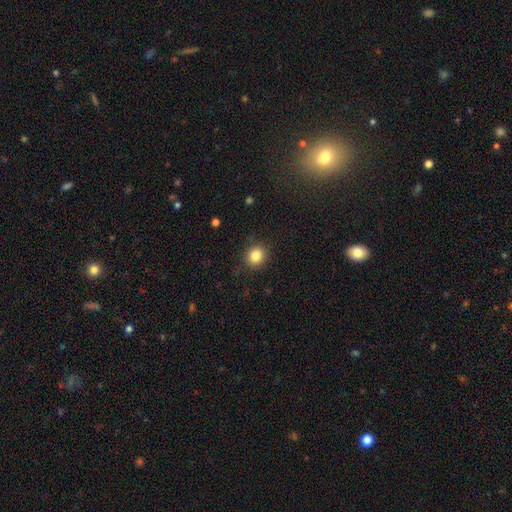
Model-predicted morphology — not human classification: Smooth or featured? smooth (84%)
How rounded? round (80%)
Merging? none (87%)